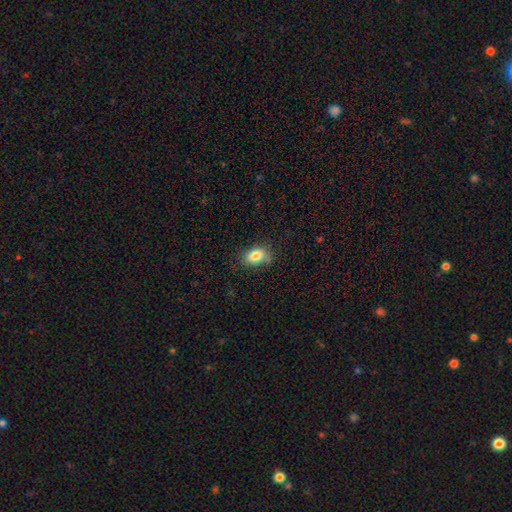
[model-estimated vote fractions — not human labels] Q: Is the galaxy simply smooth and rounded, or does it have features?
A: smooth — 83%.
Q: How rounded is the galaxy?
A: in between — 83%.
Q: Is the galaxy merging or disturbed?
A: none — 76%.